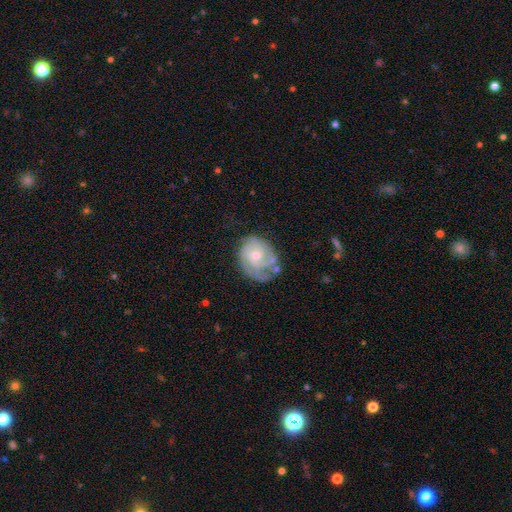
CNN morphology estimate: Smooth or featured? featured or disk (78%)
Edge-on disk? no (98%)
Bar? no (69%)
Spiral arms? yes (92%)
Spiral winding? tight (63%)
Spiral arm count? can't tell (32%)
Bulge size? small (49%)
Merging? none (53%)